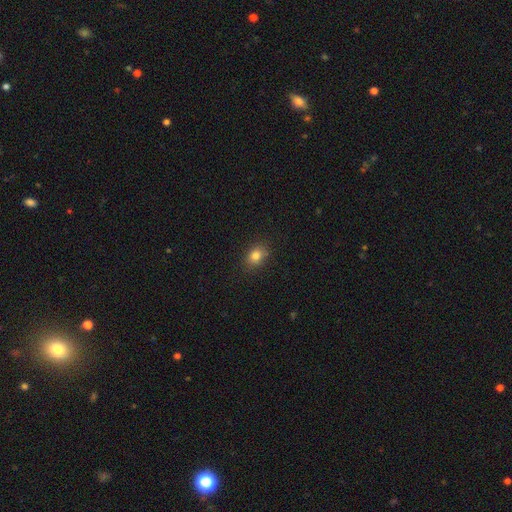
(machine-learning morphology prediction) This is clearly a smooth galaxy (81%). How rounded: possibly in between (56%). Merging: clearly none (84%).